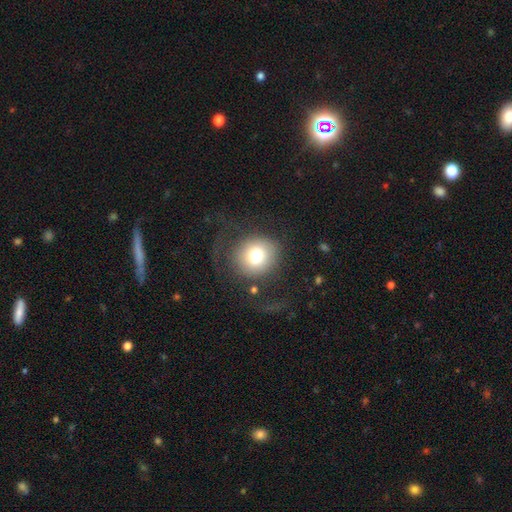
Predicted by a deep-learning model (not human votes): A smooth galaxy with no disk features (71%) that is round (88%).

Vote fractions:
- Smooth or featured? smooth: 71% / featured or disk: 19% / star or artifact: 11%
- How rounded? round: 88% / in between: 11% / cigar-shaped: 1%
- Merging? none: 59% / major disturbance: 25% / minor disturbance: 13% / merger: 3%